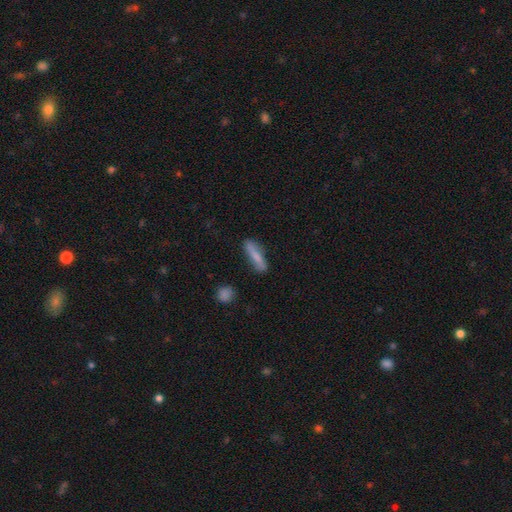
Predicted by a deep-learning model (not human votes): smooth-or-featured: smooth: 73% | featured or disk: 20% | star or artifact: 7%
  how-rounded: cigar-shaped: 76% | in between: 22% | round: 2%
  merging: none: 79% | minor disturbance: 15% | major disturbance: 3% | merger: 3%